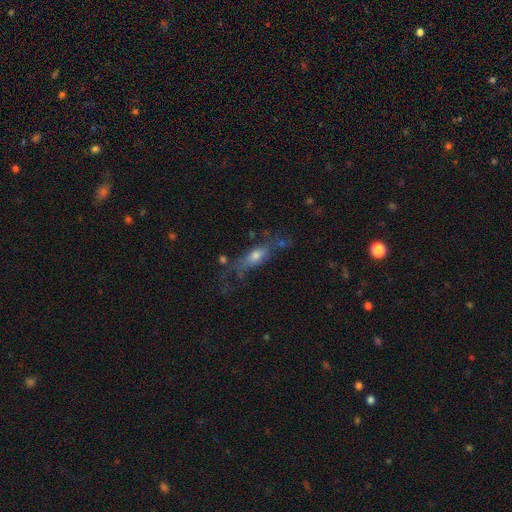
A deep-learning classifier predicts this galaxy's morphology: smooth_or_featured: smooth (p=0.53) [alt: featured or disk p=0.35]
how_rounded: in between (p=0.58) [alt: cigar-shaped p=0.37]
merging: none (p=0.39) [alt: major disturbance p=0.29]